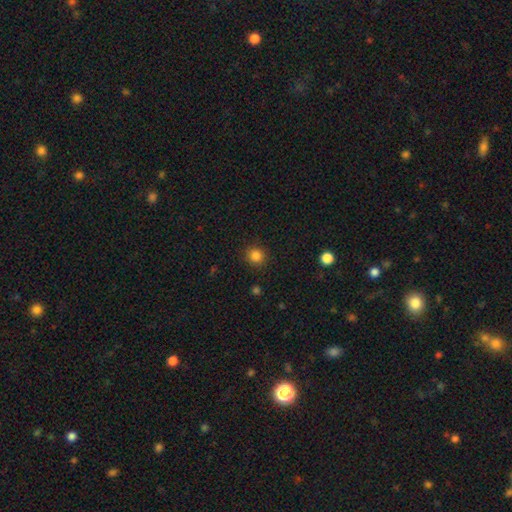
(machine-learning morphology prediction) The model was most divided on "smooth or featured": smooth: 85%, star or artifact: 12%, featured or disk: 4%. More confident: how rounded — round (92%); merging — none (90%).